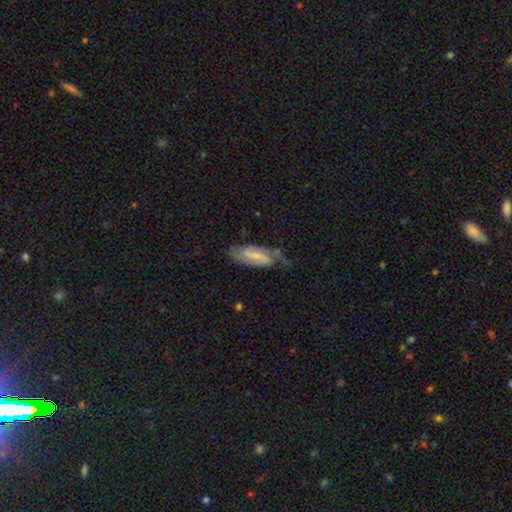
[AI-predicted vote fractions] A featured or disk galaxy (61%) with a weak bar (45%), spiral arms (87%) and a small central bulge (55%).

Vote fractions:
- Smooth or featured? featured or disk: 61% / smooth: 33% / star or artifact: 6%
- Edge-on disk? no: 89% / yes: 11%
- Bar? weak: 45% / strong: 28% / no: 27%
- Spiral arms? yes: 87% / no: 13%
- Bulge size? small: 55% / moderate: 26% / none: 14% / large: 3% / dominant: 1%
- Merging? none: 49% / minor disturbance: 30% / major disturbance: 18% / merger: 4%